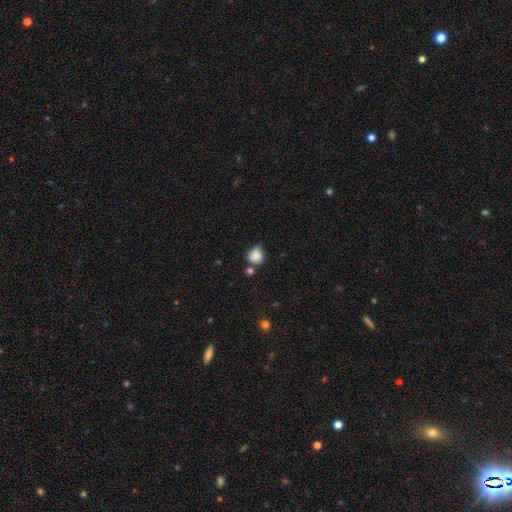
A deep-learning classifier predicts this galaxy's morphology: Smooth or featured? Predicted: smooth (p=0.83). How rounded? Predicted: round (p=0.75). Merging? Predicted: none (p=0.48).